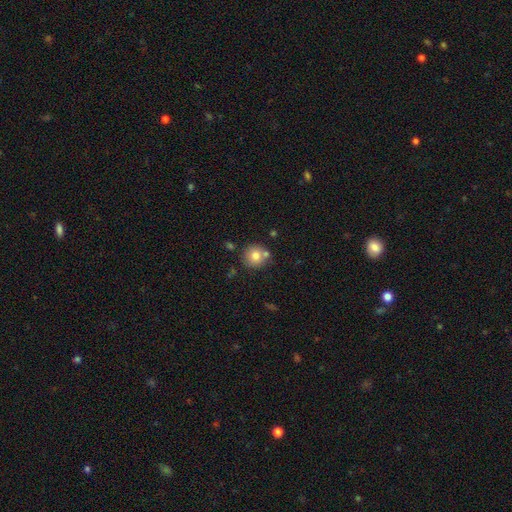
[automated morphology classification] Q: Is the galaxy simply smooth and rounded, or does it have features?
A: smooth — 76%.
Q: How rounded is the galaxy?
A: round — 92%.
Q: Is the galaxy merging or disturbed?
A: none — 71%.